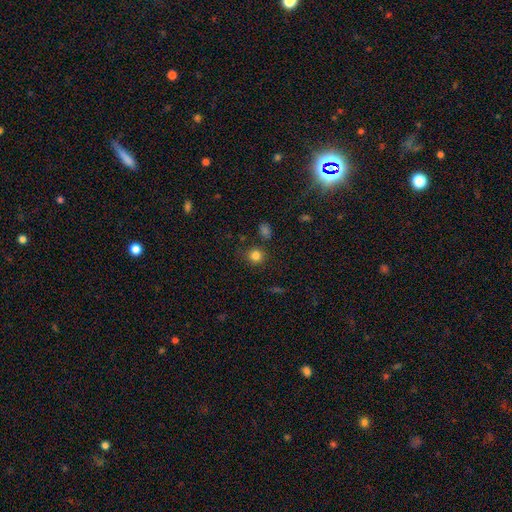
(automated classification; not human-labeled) Smooth or featured?
  - smooth: 81% *
  - star or artifact: 13%
  - featured or disk: 5%
How rounded?
  - round: 88% *
  - in between: 11%
  - cigar-shaped: 1%
Merging?
  - none: 80% *
  - minor disturbance: 12%
  - merger: 4%
  - major disturbance: 4%